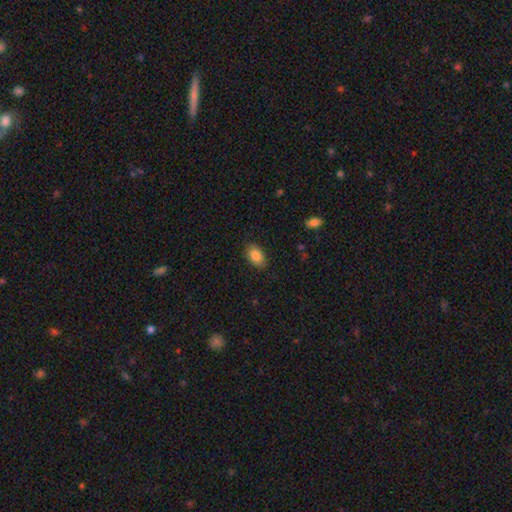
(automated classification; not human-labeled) The model was most divided on "merging": none: 86%, minor disturbance: 11%, major disturbance: 2%, merger: 1%. More confident: how rounded — in between (89%); smooth or featured — smooth (85%).